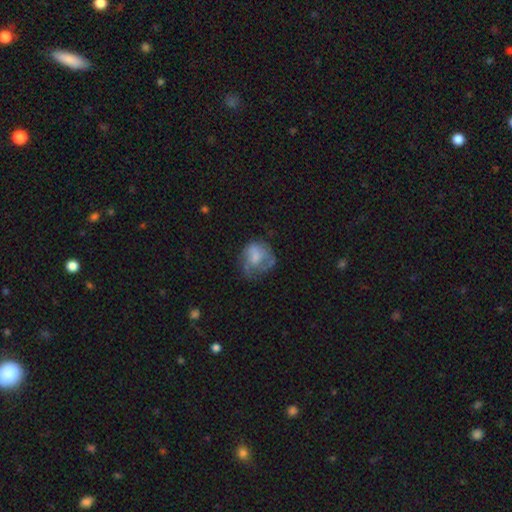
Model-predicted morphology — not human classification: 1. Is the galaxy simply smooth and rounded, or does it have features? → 50% smooth, 40% featured or disk, 10% star or artifact.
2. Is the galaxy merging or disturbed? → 44% none, 28% major disturbance, 26% minor disturbance, 3% merger.